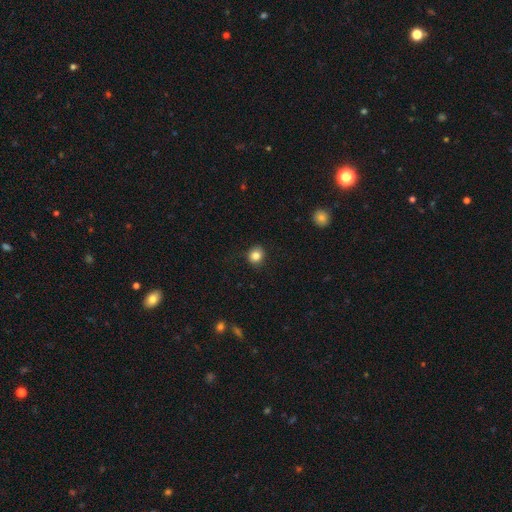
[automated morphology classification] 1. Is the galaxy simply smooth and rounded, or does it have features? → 84% smooth, 10% star or artifact, 5% featured or disk.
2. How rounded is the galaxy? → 80% round, 19% in between, 1% cigar-shaped.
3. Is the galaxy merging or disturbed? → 88% none, 9% minor disturbance, 2% major disturbance, 1% merger.